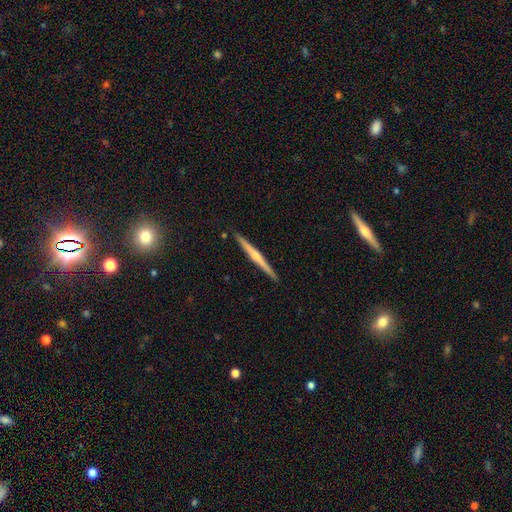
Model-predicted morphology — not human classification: type=featured or disk (69%); edge-on=yes (98%); edge-on bulge=rounded (66%); merging=none (92%).